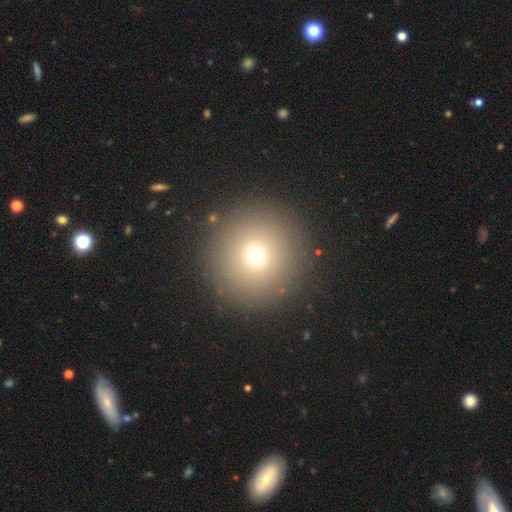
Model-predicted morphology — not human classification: Smooth or featured: smooth — 69% (star or artifact — 18%)
How rounded: round — 96% (in between — 3%)
Merging: none — 90% (minor disturbance — 5%)